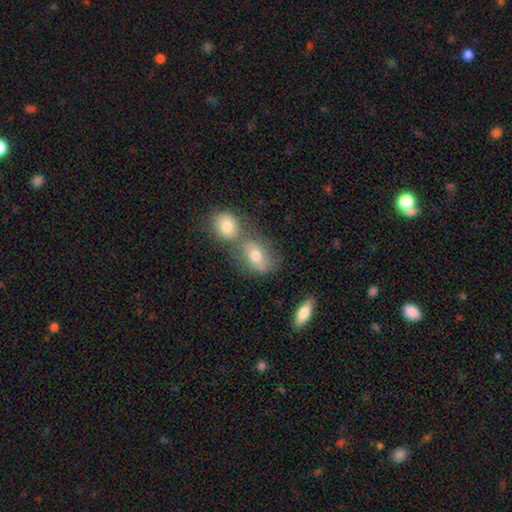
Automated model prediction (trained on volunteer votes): Smooth or featured: smooth — 67% (featured or disk — 22%)
How rounded: in between — 70% (round — 27%)
Merging: none — 42% (merger — 40%)